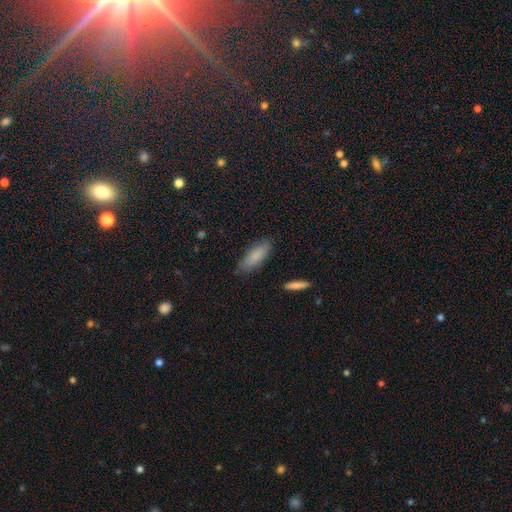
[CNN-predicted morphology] The model was most divided on "how rounded": in between: 62%, cigar-shaped: 37%, round: 2%. More confident: smooth or featured — smooth (84%); merging — none (83%).